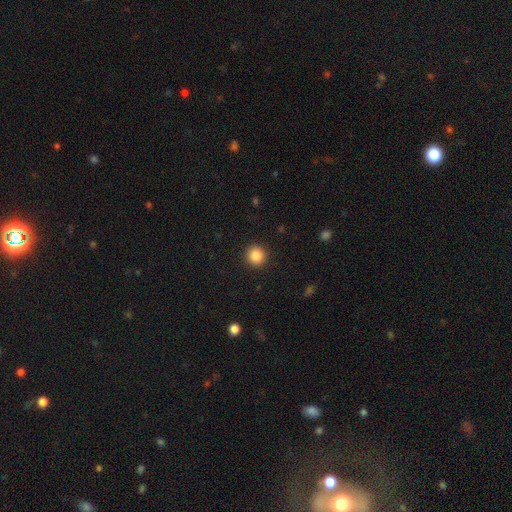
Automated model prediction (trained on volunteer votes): A smooth galaxy with no disk features (86%) that is round (94%).

Vote fractions:
- Smooth or featured? smooth: 86% / star or artifact: 10% / featured or disk: 4%
- How rounded? round: 94% / in between: 5% / cigar-shaped: 1%
- Merging? none: 93% / minor disturbance: 5% / major disturbance: 2% / merger: 1%